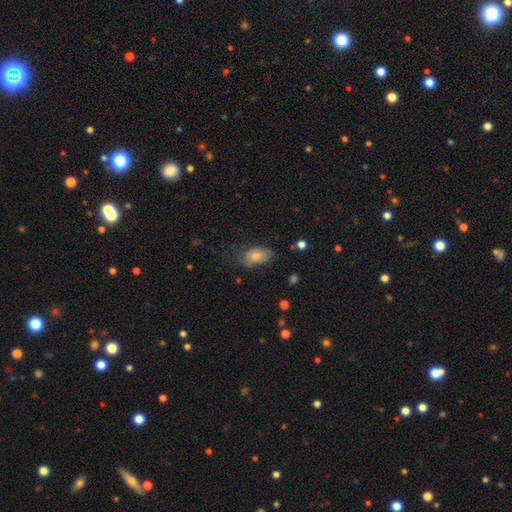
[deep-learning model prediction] Smooth or featured? Predicted: smooth (p=0.66). How rounded? Predicted: in between (p=0.87). Merging? Predicted: none (p=0.56).